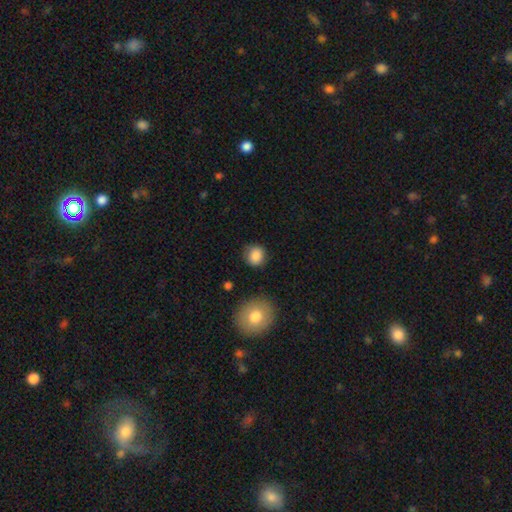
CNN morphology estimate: smooth-or-featured: smooth: 86% | star or artifact: 9% | featured or disk: 5%
  how-rounded: round: 86% | in between: 13% | cigar-shaped: 1%
  merging: none: 83% | minor disturbance: 11% | major disturbance: 3% | merger: 2%